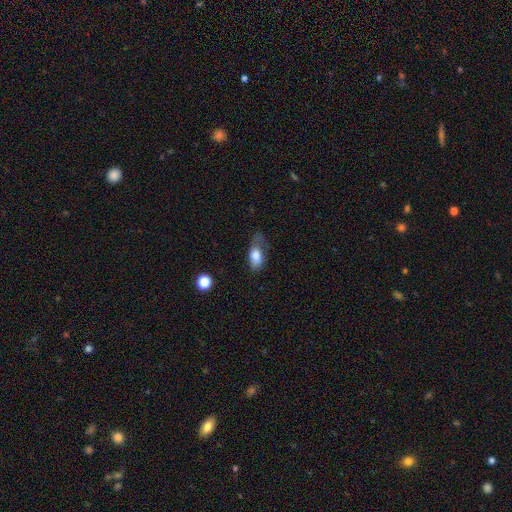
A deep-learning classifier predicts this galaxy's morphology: Smooth or featured? smooth (74%)
How rounded? in between (88%)
Merging? major disturbance (33%, tied with none)